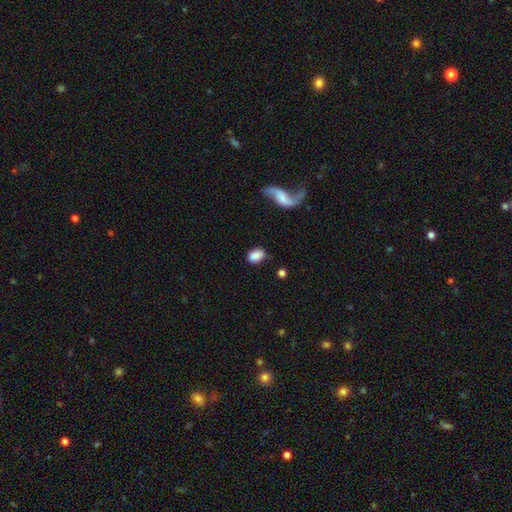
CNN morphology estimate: smooth_or_featured: smooth (p=0.83) [alt: featured or disk p=0.10]
how_rounded: in between (p=0.85) [alt: round p=0.13]
merging: none (p=0.68) [alt: minor disturbance p=0.21]